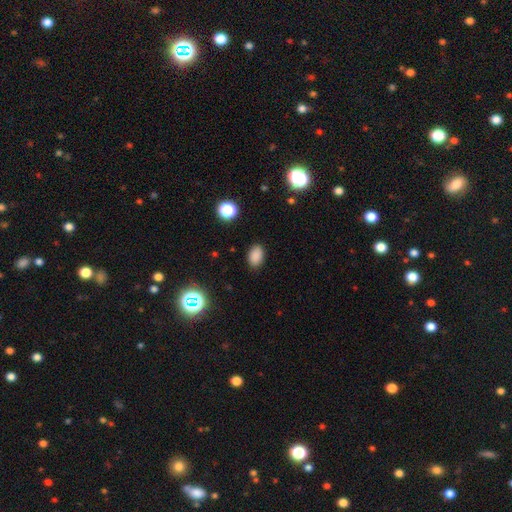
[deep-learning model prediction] Smooth or featured: smooth — 84% (star or artifact — 12%)
How rounded: in between — 85% (round — 14%)
Merging: none — 87% (minor disturbance — 9%)